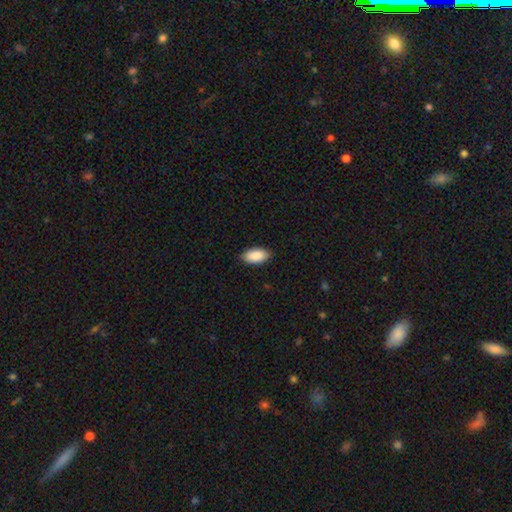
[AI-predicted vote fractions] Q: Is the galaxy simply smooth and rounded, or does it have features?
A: smooth — 91%.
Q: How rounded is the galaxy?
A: in between — 94%.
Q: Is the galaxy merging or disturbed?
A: none — 88%.